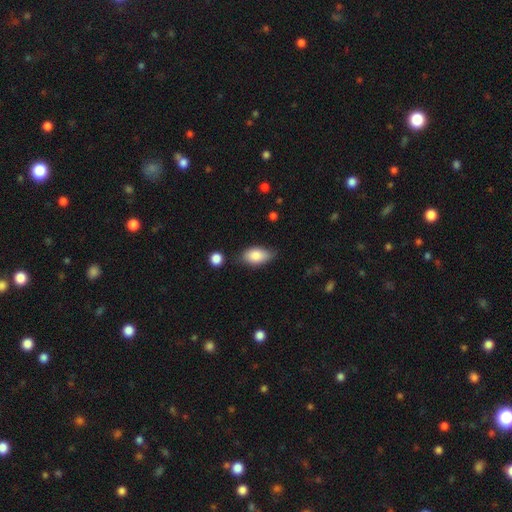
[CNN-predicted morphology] The model was most divided on "merging": none: 68%, minor disturbance: 24%, major disturbance: 5%, merger: 3%. More confident: how rounded — in between (92%); smooth or featured — smooth (83%).